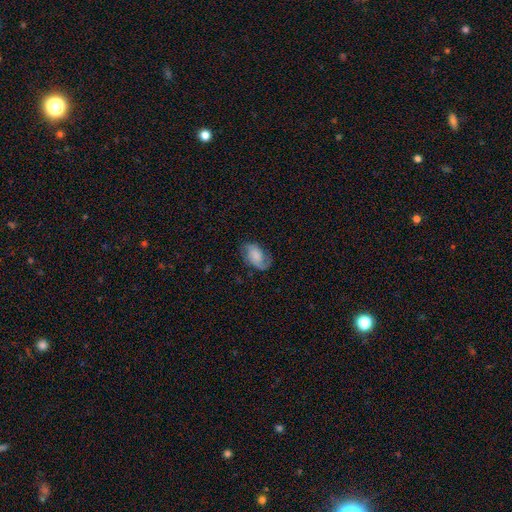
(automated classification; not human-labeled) featured or disk 55%, smooth 37%, star or artifact 8%. Down the decision tree: edge-on disk — no (96%); bar — no (67%); spiral arms — yes (90%); bulge size — none (31%); merging — none (68%).